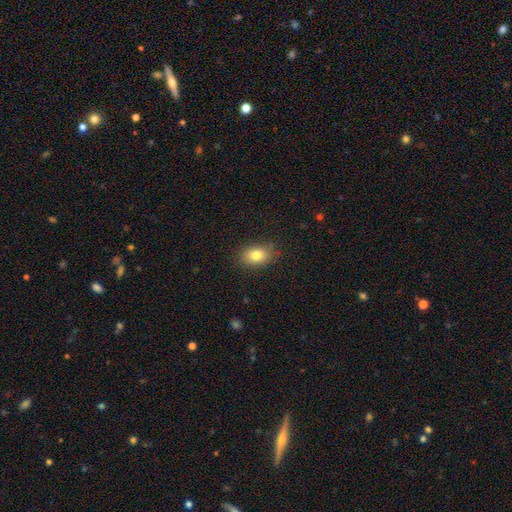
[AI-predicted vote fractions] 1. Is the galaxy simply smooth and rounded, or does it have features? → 81% smooth, 10% featured or disk, 10% star or artifact.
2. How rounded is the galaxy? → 78% in between, 20% round, 2% cigar-shaped.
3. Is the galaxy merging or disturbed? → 83% none, 12% minor disturbance, 3% major disturbance, 1% merger.